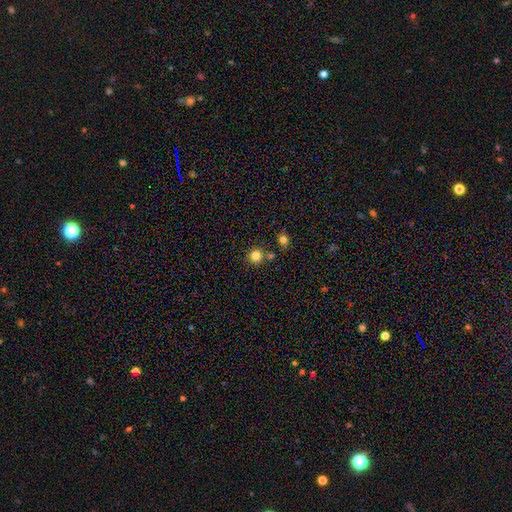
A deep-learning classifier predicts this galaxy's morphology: A smooth galaxy with no disk features (82%) that is round (93%).

Vote fractions:
- Smooth or featured? smooth: 82% / star or artifact: 12% / featured or disk: 6%
- How rounded? round: 93% / in between: 6% / cigar-shaped: 1%
- Merging? none: 79% / merger: 12% / minor disturbance: 7% / major disturbance: 2%